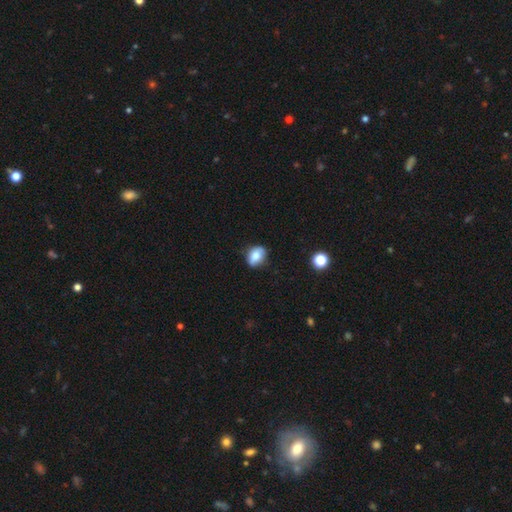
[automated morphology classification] Smooth or featured? smooth (73%)
How rounded? in between (56%)
Merging? none (71%)